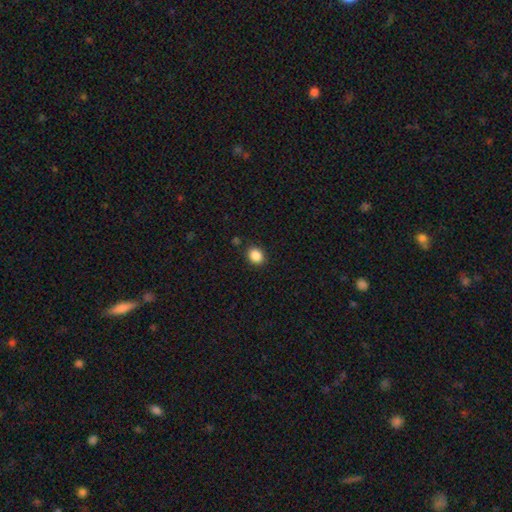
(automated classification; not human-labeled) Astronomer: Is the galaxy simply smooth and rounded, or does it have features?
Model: smooth — 87%.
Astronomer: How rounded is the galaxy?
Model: round — 54% (runner-up: in between, 45%).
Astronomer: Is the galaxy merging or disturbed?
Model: none — 86%.